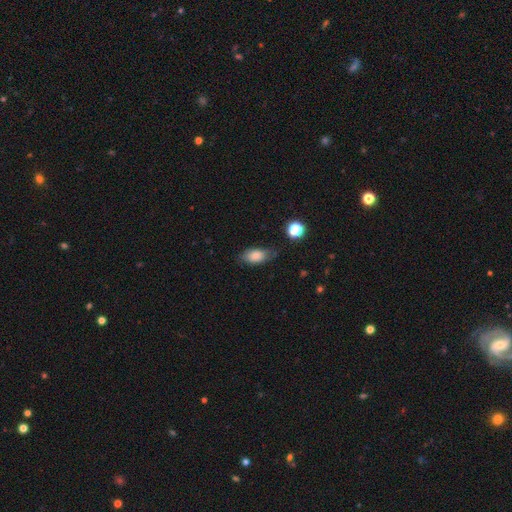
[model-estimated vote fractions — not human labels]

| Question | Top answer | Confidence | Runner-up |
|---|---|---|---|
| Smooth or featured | smooth | 84% | featured or disk (8%) |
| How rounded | in between | 89% | round (6%) |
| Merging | none | 68% | minor disturbance (23%) |